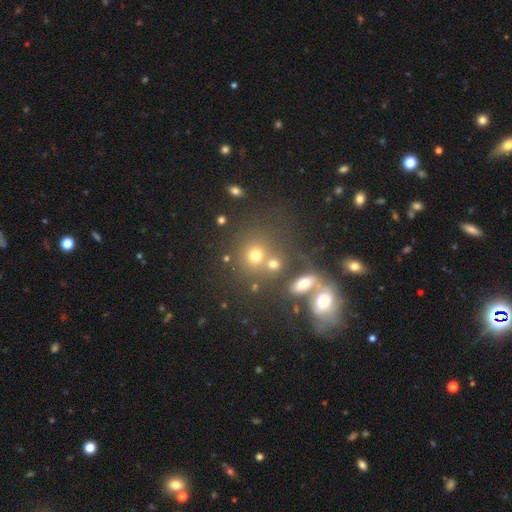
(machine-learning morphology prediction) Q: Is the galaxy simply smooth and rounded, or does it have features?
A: smooth — 68%.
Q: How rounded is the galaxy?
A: round — 78%.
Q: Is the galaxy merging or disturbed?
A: none — 53%.